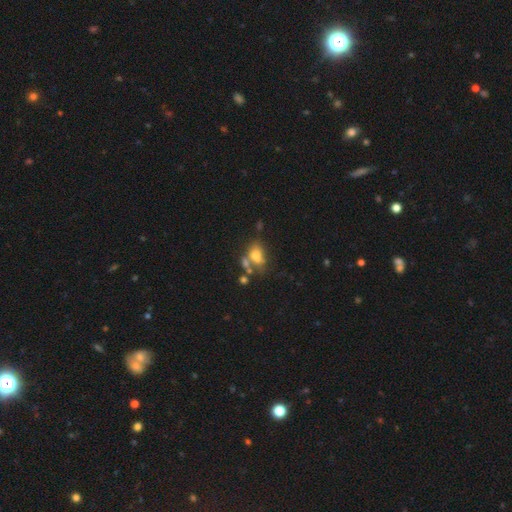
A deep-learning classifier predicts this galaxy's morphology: This appears to be a smooth galaxy with no disk features (64%) that is in between round and cigar-shaped (72%). Merging: merger (40%).